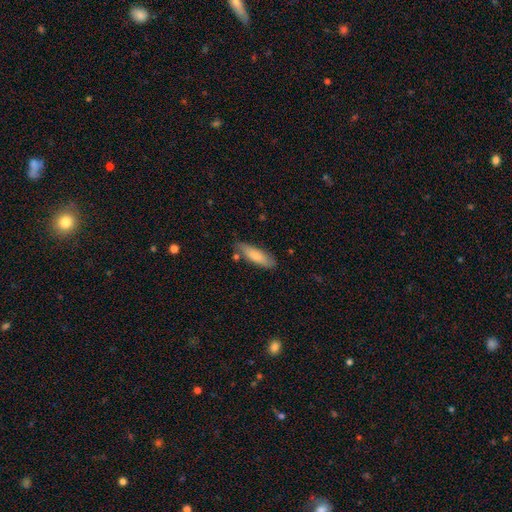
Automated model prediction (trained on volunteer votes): The model was most divided on "how rounded": cigar-shaped: 51%, in between: 47%, round: 2%. More confident: smooth or featured — smooth (78%); merging — none (77%).